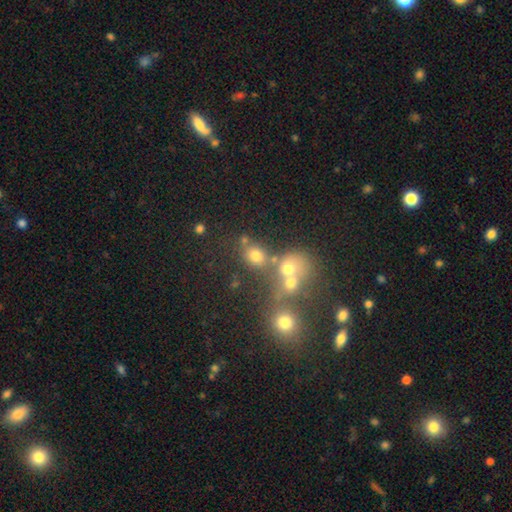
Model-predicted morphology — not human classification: The model was most divided on "merging": none: 54%, merger: 29%, minor disturbance: 11%, major disturbance: 6%. More confident: smooth or featured — smooth (69%); how rounded — round (64%).